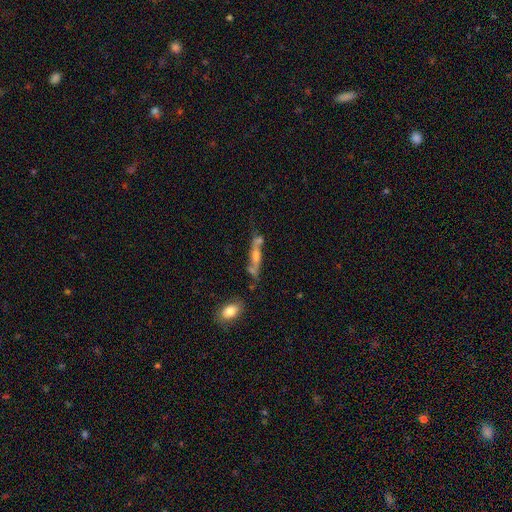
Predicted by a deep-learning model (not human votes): smooth-or-featured: featured or disk: 51% | smooth: 38% | star or artifact: 11%
  disk-edge-on: yes: 63% | no: 37%
  merging: none: 46% | merger: 25% | minor disturbance: 19% | major disturbance: 10%